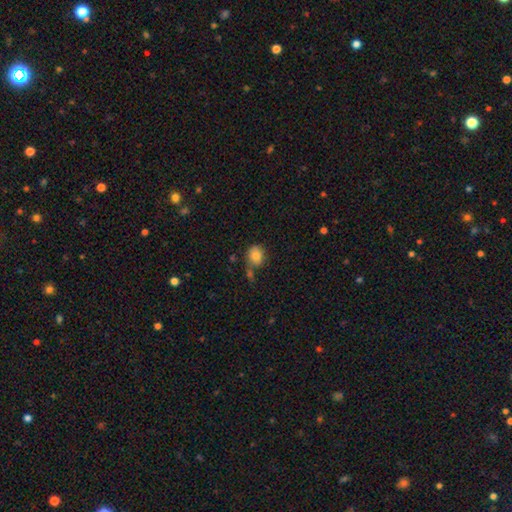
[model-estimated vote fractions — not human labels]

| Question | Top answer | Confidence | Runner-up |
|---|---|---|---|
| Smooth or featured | smooth | 81% | star or artifact (9%) |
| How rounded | round | 69% | in between (30%) |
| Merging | none | 61% | minor disturbance (18%) |